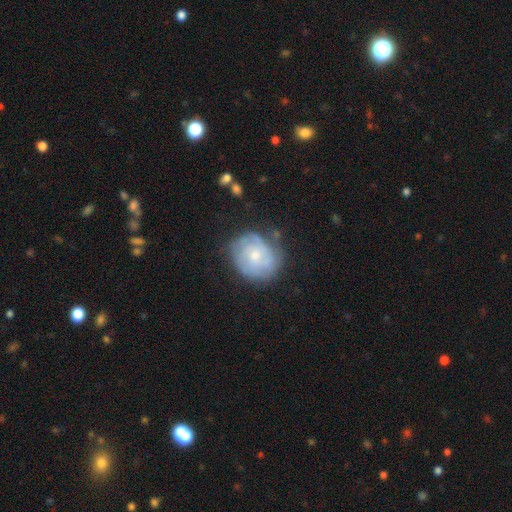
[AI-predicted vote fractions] The model was most divided on "bulge size": moderate: 49%, small: 44%, large: 3%, none: 3%, dominant: 1%. More confident: edge-on disk — no (98%); spiral arms — yes (76%); bar — no (73%); merging — none (69%); smooth or featured — featured or disk (62%).